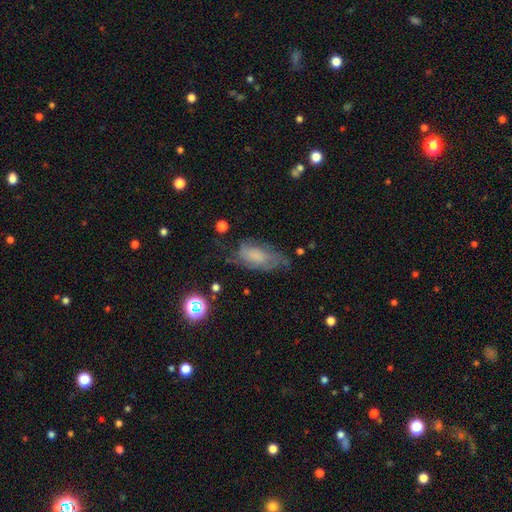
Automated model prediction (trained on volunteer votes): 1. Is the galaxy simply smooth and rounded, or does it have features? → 47% featured or disk, 42% smooth, 12% star or artifact.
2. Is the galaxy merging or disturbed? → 49% none, 28% minor disturbance, 21% major disturbance, 2% merger.